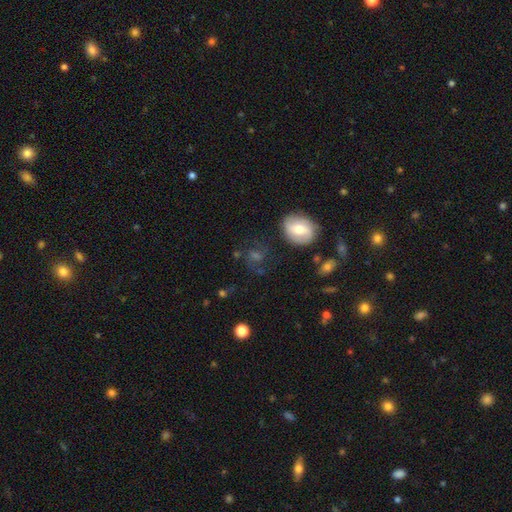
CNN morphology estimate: A smooth galaxy with no disk features (41%). Merging: none (69%).